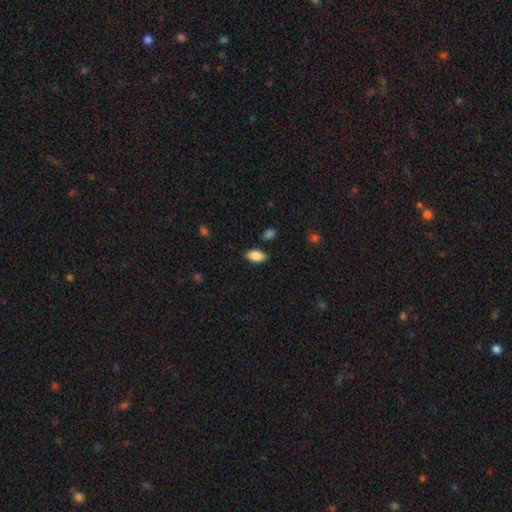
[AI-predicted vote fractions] Smooth or featured? Predicted: smooth (p=0.87). How rounded? Predicted: in between (p=0.93). Merging? Predicted: none (p=0.85).